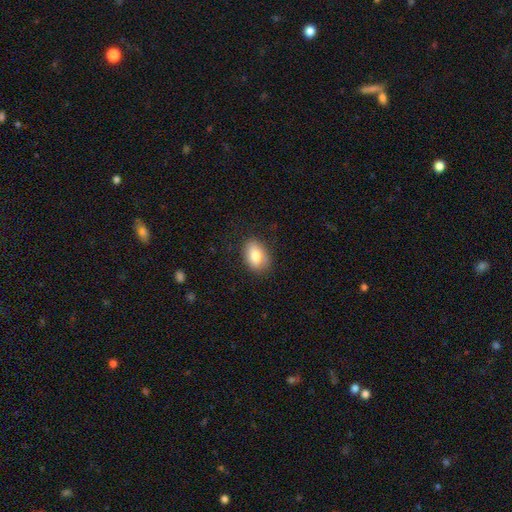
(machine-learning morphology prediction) Smooth or featured: smooth — 81% (featured or disk — 11%)
How rounded: in between — 84% (round — 15%)
Merging: none — 81% (minor disturbance — 14%)